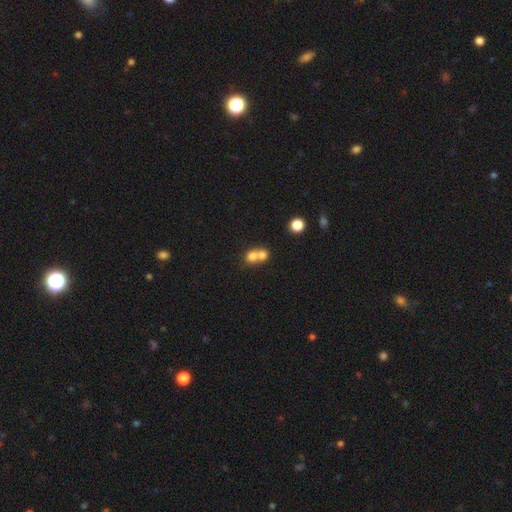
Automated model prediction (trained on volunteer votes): Overall: smooth (74%). How rounded: round (73%). Merging: merger (67%).